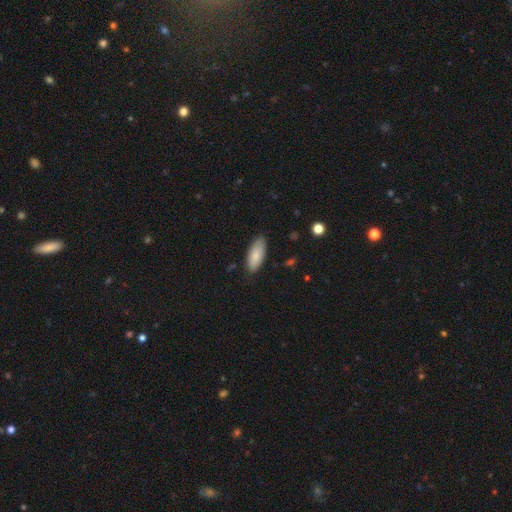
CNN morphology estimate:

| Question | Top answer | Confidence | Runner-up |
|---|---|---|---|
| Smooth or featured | smooth | 86% | featured or disk (8%) |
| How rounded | in between | 83% | cigar-shaped (16%) |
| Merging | none | 82% | minor disturbance (14%) |